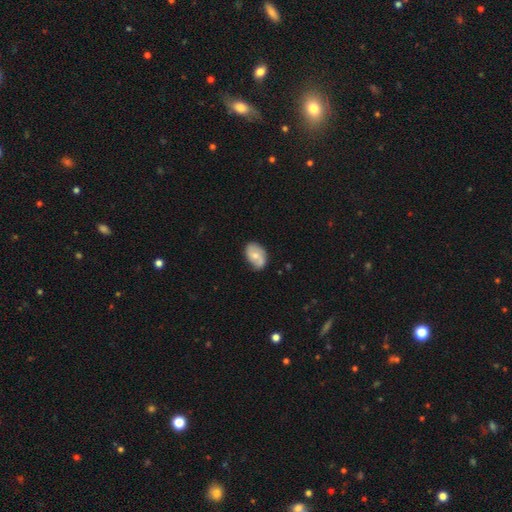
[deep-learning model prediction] Smooth or featured: smooth — 51% (featured or disk — 42%)
How rounded: in between — 84% (round — 14%)
Merging: none — 68% (minor disturbance — 25%)